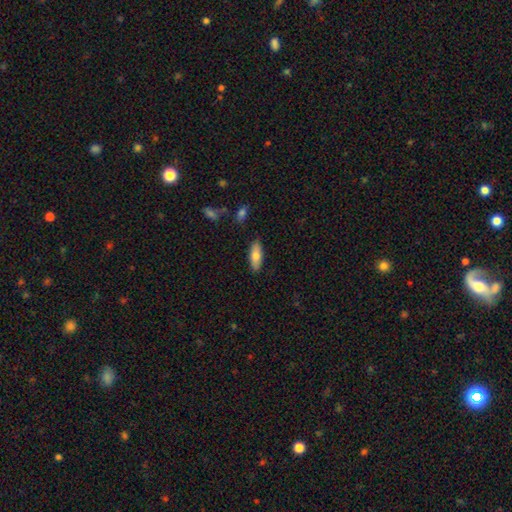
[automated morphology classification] smooth 74%, featured or disk 20%, star or artifact 6%. Down the decision tree: how rounded — in between (65%); merging — none (87%).